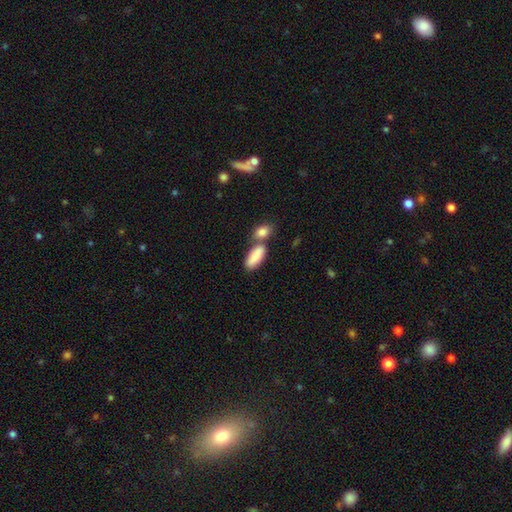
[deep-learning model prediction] smooth-or-featured: smooth: 87% | featured or disk: 7% | star or artifact: 6%
  how-rounded: in between: 81% | cigar-shaped: 16% | round: 3%
  merging: none: 44% | merger: 41% | minor disturbance: 11% | major disturbance: 4%